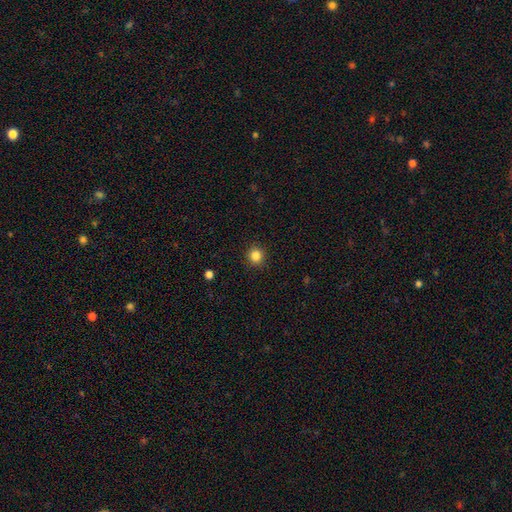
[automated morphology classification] Smooth or featured?
  - smooth: 84% *
  - star or artifact: 11%
  - featured or disk: 4%
How rounded?
  - round: 91% *
  - in between: 8%
  - cigar-shaped: 1%
Merging?
  - none: 91% *
  - minor disturbance: 6%
  - major disturbance: 2%
  - merger: 1%